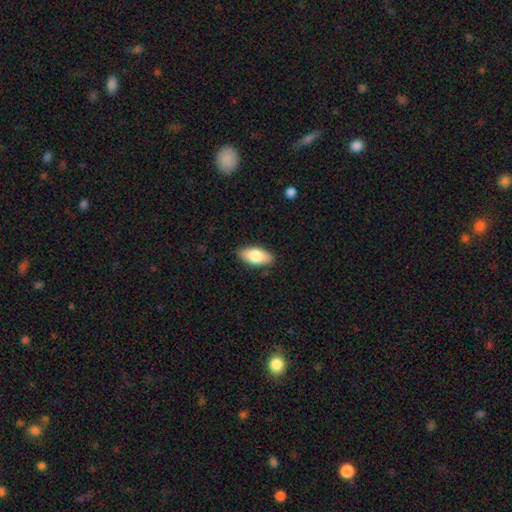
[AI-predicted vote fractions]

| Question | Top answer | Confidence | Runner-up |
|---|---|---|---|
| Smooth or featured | smooth | 80% | featured or disk (14%) |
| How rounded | in between | 91% | cigar-shaped (6%) |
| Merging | none | 87% | minor disturbance (10%) |